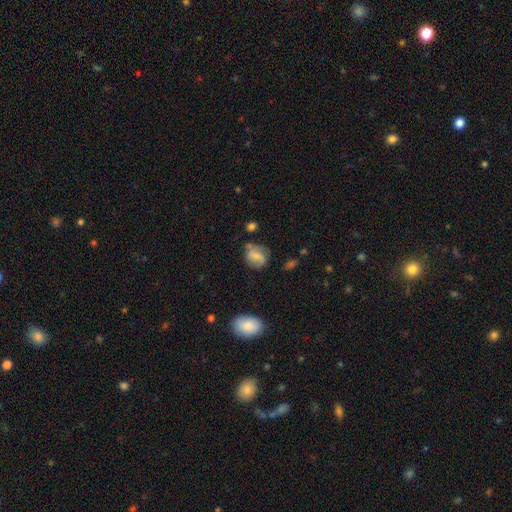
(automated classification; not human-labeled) smooth_or_featured: smooth (p=0.51) [alt: featured or disk p=0.40]
how_rounded: round (p=0.57) [alt: in between p=0.42]
merging: none (p=0.58) [alt: minor disturbance p=0.26]